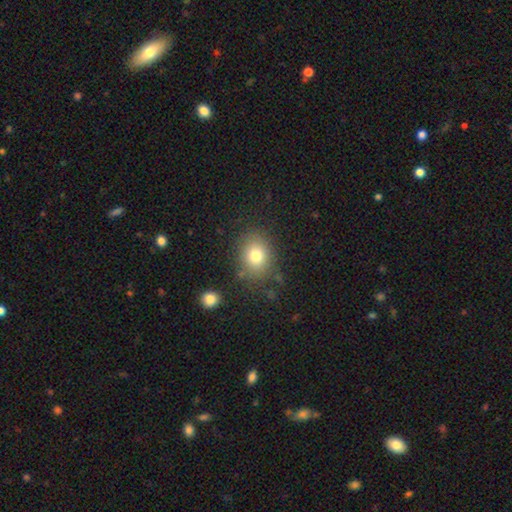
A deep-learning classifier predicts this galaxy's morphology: Q: Smooth or featured?
A: smooth (78%); runner-up: star or artifact (12%)
Q: How rounded?
A: round (57%); runner-up: in between (42%)
Q: Merging?
A: none (78%); runner-up: minor disturbance (13%)